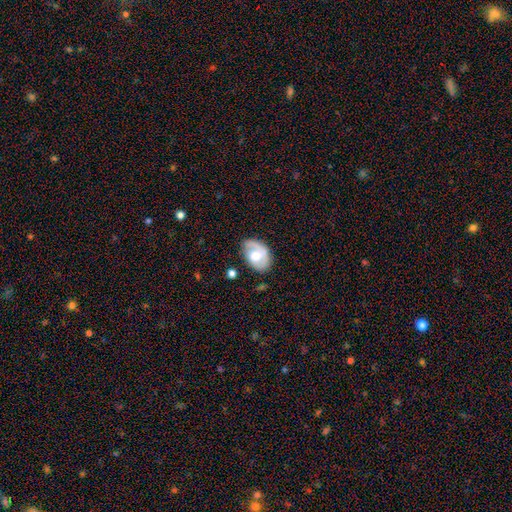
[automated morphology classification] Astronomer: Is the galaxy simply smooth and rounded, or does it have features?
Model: featured or disk — 58% (runner-up: smooth, 36%).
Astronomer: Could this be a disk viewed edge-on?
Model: no — 96%.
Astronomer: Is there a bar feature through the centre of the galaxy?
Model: no — 59%.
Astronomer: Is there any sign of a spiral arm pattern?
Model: yes — 80%.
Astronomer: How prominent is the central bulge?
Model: moderate — 66%.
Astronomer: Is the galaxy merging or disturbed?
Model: none — 64%.